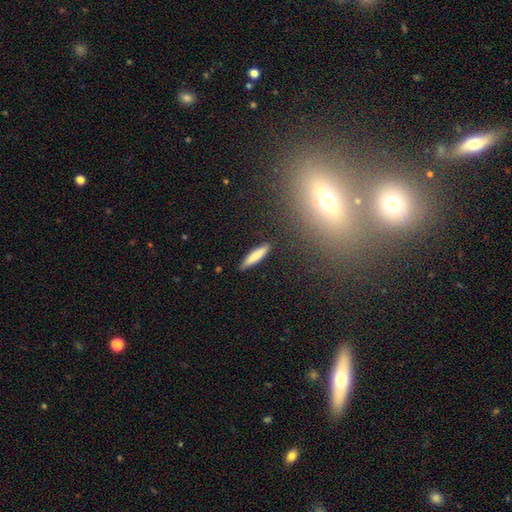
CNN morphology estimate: Smooth or featured: smooth — 80% (featured or disk — 14%)
How rounded: cigar-shaped — 83% (in between — 16%)
Merging: none — 87% (minor disturbance — 10%)